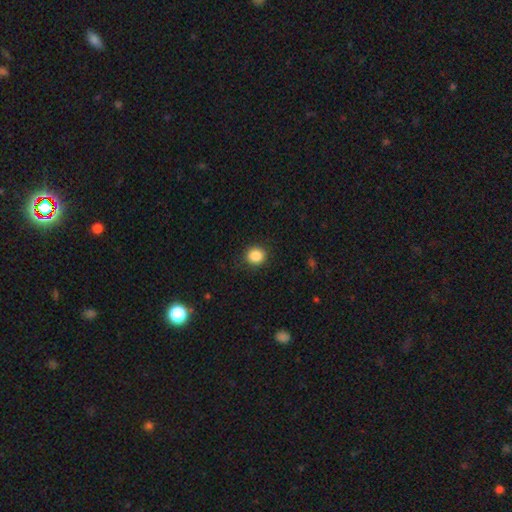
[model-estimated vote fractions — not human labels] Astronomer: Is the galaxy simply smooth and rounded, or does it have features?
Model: smooth — 87%.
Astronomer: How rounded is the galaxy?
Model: round — 84%.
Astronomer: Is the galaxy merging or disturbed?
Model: none — 89%.